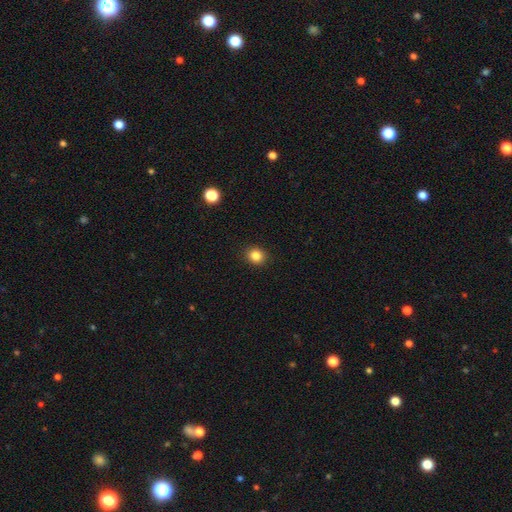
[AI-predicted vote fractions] Smooth or featured?
  - smooth: 84% *
  - star or artifact: 11%
  - featured or disk: 5%
How rounded?
  - round: 75% *
  - in between: 24%
  - cigar-shaped: 1%
Merging?
  - none: 91% *
  - minor disturbance: 6%
  - major disturbance: 2%
  - merger: 1%